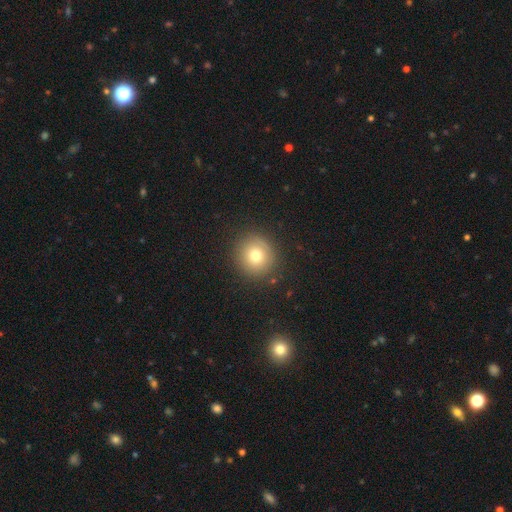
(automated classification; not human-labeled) A smooth galaxy with no disk features (73%) that is round (93%).

Vote fractions:
- Smooth or featured? smooth: 73% / featured or disk: 14% / star or artifact: 13%
- How rounded? round: 93% / in between: 7% / cigar-shaped: 1%
- Merging? none: 88% / minor disturbance: 8% / major disturbance: 3% / merger: 1%